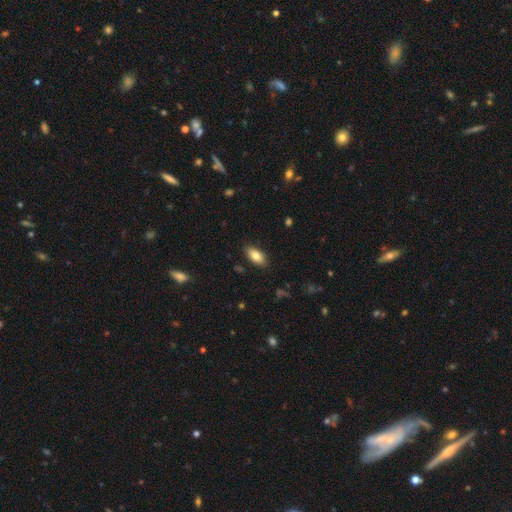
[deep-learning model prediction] A smooth galaxy with no disk features (82%) that is in between round and cigar-shaped (92%). Merging: none (87%).